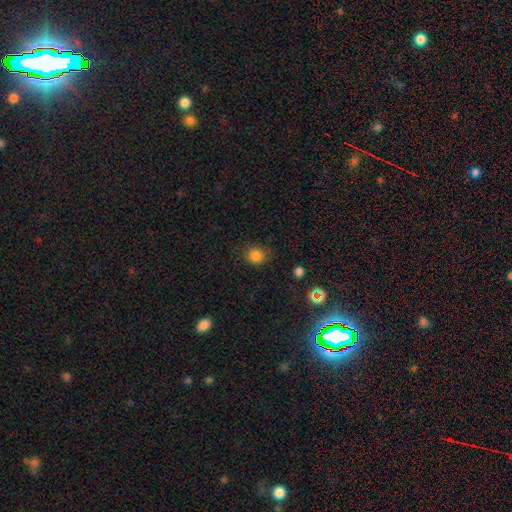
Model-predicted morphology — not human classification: type=smooth (83%); roundness=round (80%); merging=none (79%).